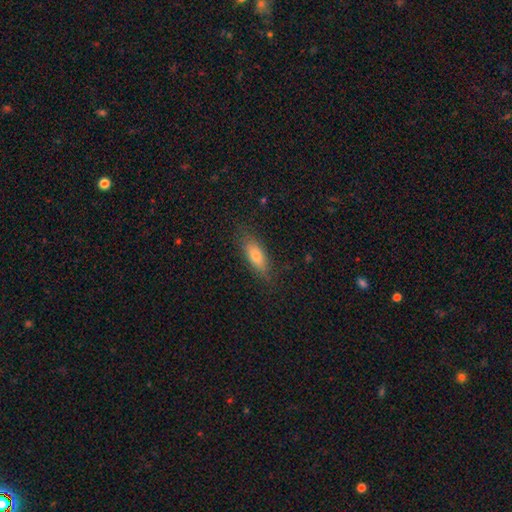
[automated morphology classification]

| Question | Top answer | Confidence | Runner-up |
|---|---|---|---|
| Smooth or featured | smooth | 72% | featured or disk (21%) |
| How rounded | in between | 64% | cigar-shaped (33%) |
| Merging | none | 81% | minor disturbance (14%) |